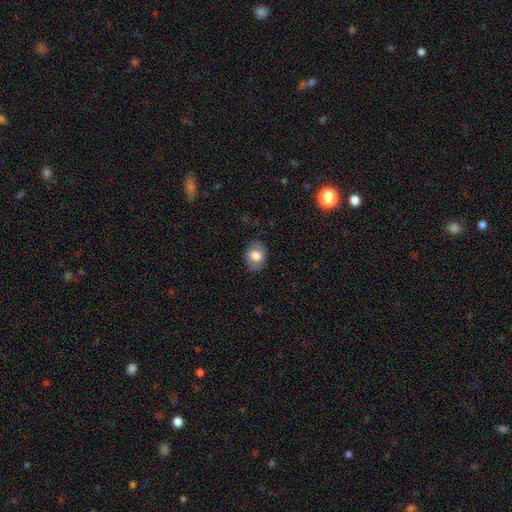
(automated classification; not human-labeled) Smooth or featured? Predicted: smooth (p=0.77). How rounded? Predicted: in between (p=0.66). Merging? Predicted: none (p=0.82).